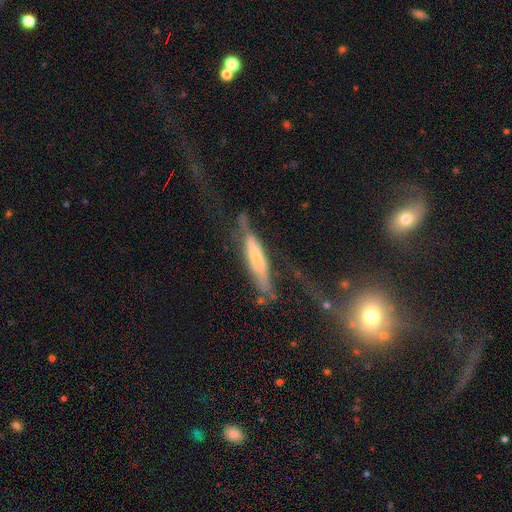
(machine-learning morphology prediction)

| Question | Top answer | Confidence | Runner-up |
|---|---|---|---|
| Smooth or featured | featured or disk | 53% | smooth (40%) |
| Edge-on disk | yes | 71% | no (29%) |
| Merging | none | 38% | major disturbance (33%) |